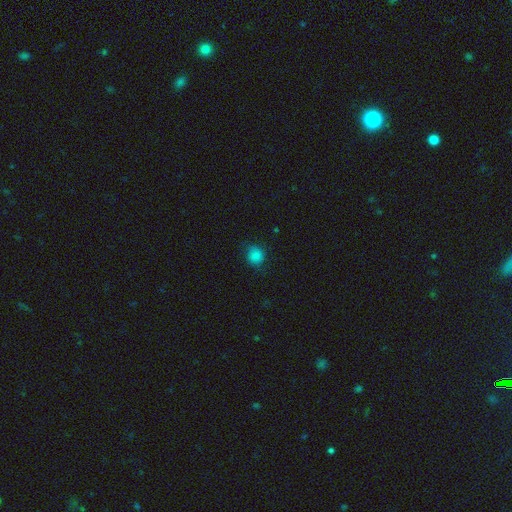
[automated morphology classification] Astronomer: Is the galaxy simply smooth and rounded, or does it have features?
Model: smooth — 83%.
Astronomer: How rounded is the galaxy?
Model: round — 82%.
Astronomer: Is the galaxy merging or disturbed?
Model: none — 74%.